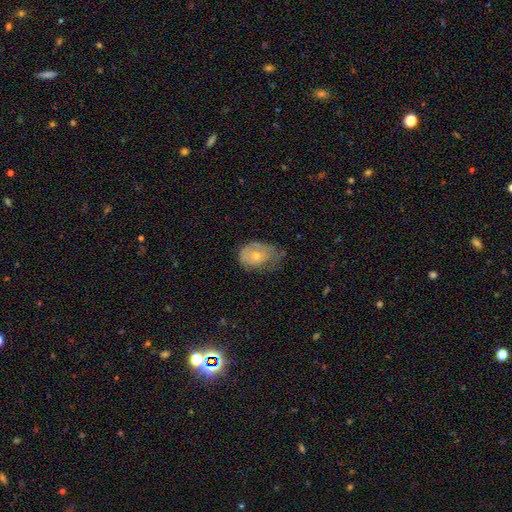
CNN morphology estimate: Smooth or featured?
  - smooth: 58% *
  - featured or disk: 36%
  - star or artifact: 7%
How rounded?
  - in between: 80% *
  - round: 19%
  - cigar-shaped: 1%
Merging?
  - minor disturbance: 39% *
  - none: 33%
  - major disturbance: 26%
  - merger: 2%